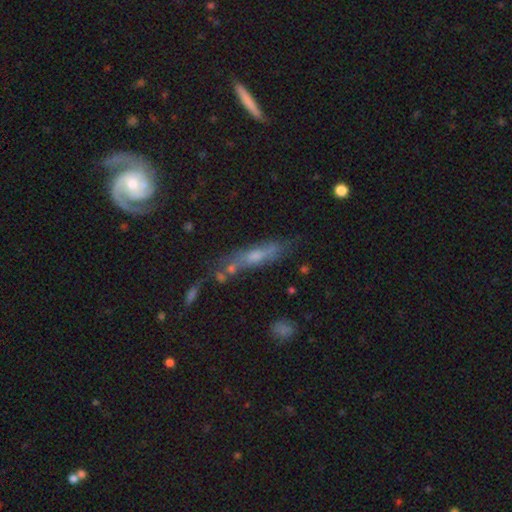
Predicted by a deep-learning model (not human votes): Overall: featured or disk (47%; smooth 39%). Merging: none (59%; minor disturbance 21%).